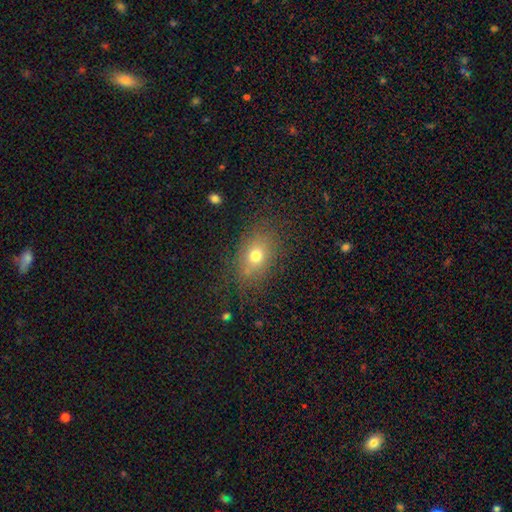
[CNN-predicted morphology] smooth_or_featured: smooth (p=0.70) [alt: featured or disk p=0.16]
how_rounded: in between (p=0.70) [alt: round p=0.27]
merging: none (p=0.77) [alt: minor disturbance p=0.15]